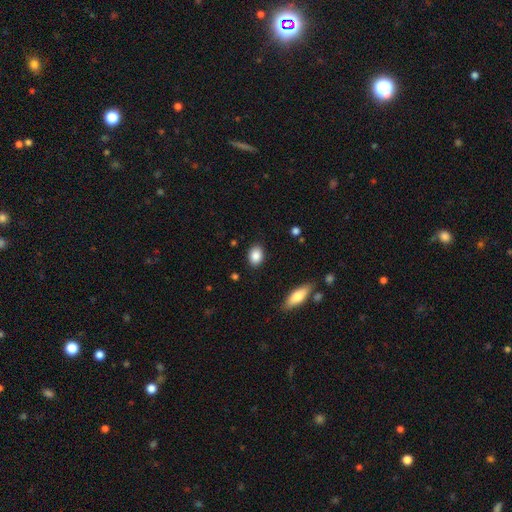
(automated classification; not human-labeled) The model was most divided on "how rounded": in between: 73%, round: 26%, cigar-shaped: 2%. More confident: merging — none (88%); smooth or featured — smooth (87%).